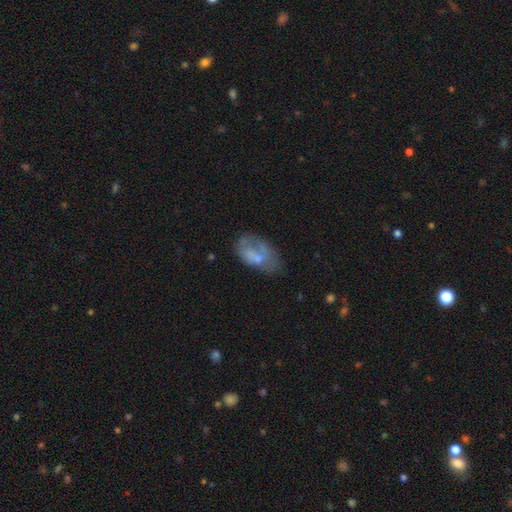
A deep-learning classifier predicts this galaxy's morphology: This is possibly a smooth galaxy (53%). How rounded: clearly in between (90%). Merging: marginally none (39%).